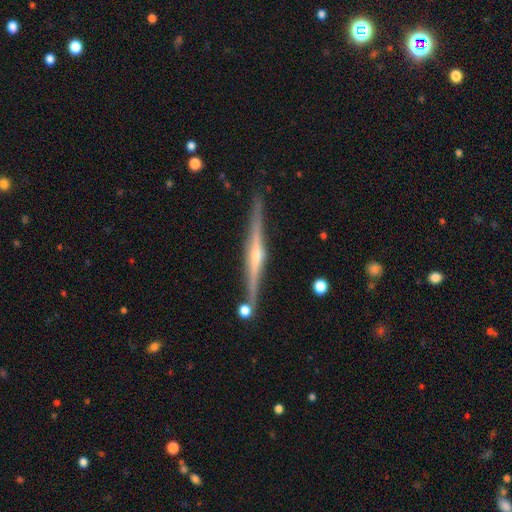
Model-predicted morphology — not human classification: Smooth or featured?
  - featured or disk: 82% *
  - smooth: 13%
  - star or artifact: 6%
Edge-on disk?
  - yes: 98% *
  - no: 2%
Edge-on bulge?
  - rounded: 71% *
  - none: 18%
  - boxy: 10%
Merging?
  - none: 85% *
  - minor disturbance: 9%
  - merger: 4%
  - major disturbance: 2%